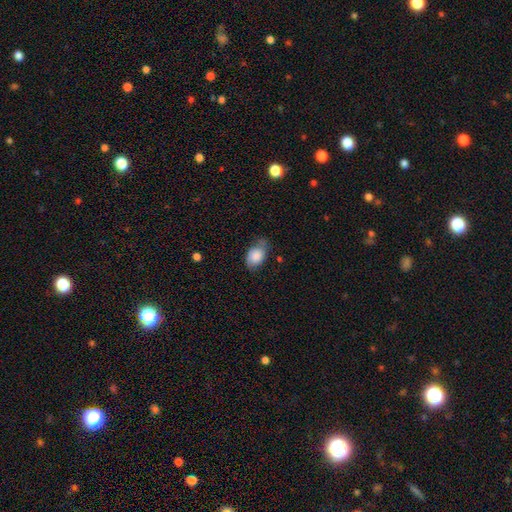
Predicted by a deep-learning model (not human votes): A smooth galaxy with no disk features (76%) that is in between round and cigar-shaped (82%). Merging: none (50%).